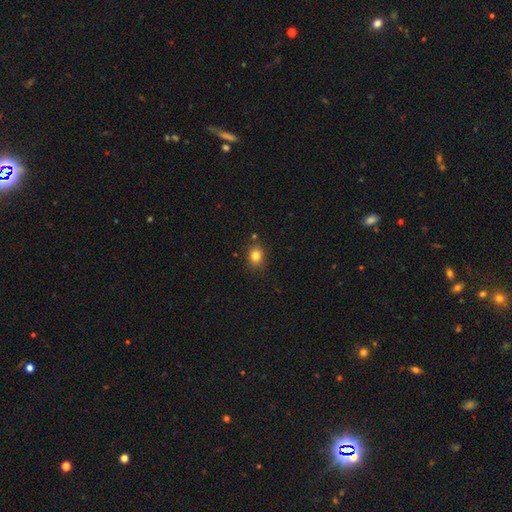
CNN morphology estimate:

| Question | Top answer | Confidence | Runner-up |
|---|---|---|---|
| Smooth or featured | smooth | 82% | star or artifact (12%) |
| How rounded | round | 67% | in between (32%) |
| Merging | none | 83% | minor disturbance (10%) |